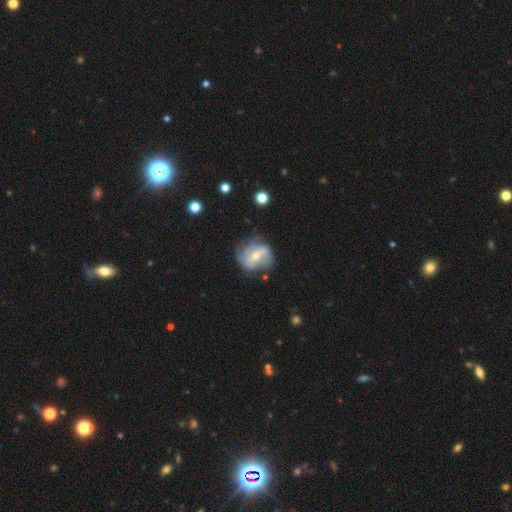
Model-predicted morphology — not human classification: A featured or disk galaxy (76%) with a weak bar (44%), 2 (50%) medium (42%) spiral arms (87%) and a moderate central bulge (51%).

Vote fractions:
- Smooth or featured? featured or disk: 76% / smooth: 18% / star or artifact: 6%
- Edge-on disk? no: 97% / yes: 3%
- Bar? weak: 44% / no: 28% / strong: 28%
- Spiral arms? yes: 87% / no: 13%
- Spiral winding? medium: 42% / tight: 31% / loose: 28%
- Spiral arm count? 2: 50% / can't tell: 22% / 3: 17% / 1: 5% / 4: 4% / more than 4: 3%
- Bulge size? moderate: 51% / small: 46% / large: 2% / none: 1% / dominant: 1%
- Merging? none: 61% / minor disturbance: 25% / major disturbance: 12% / merger: 2%